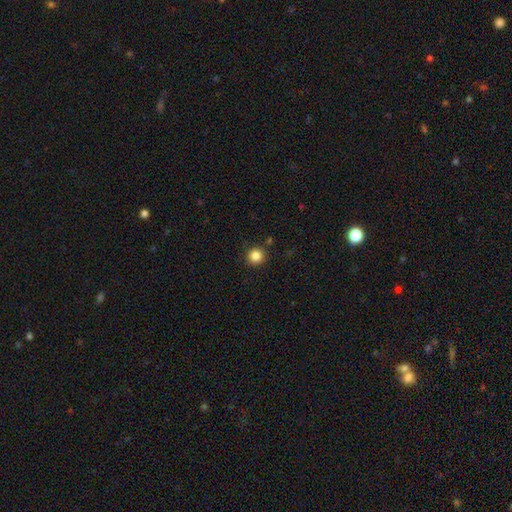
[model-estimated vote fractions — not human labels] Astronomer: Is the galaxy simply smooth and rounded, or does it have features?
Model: smooth — 84%.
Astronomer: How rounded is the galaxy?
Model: round — 94%.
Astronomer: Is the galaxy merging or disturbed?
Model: none — 90%.